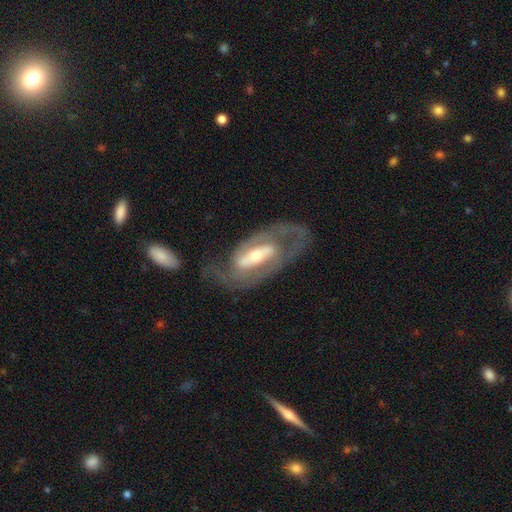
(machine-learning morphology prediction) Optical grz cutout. It shows a featured or disk galaxy (84%) with a strong bar (55%), 2 (80%) medium (46%) spiral arms (84%) and a moderate central bulge (53%). Merging: none (62%).